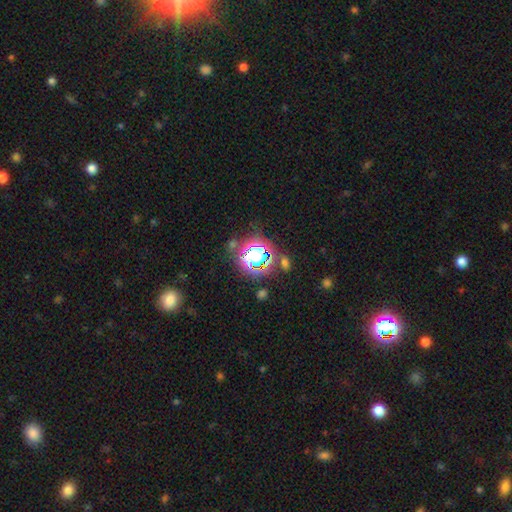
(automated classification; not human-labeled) smooth_or_featured: star or artifact (p=0.77) [alt: smooth p=0.15]